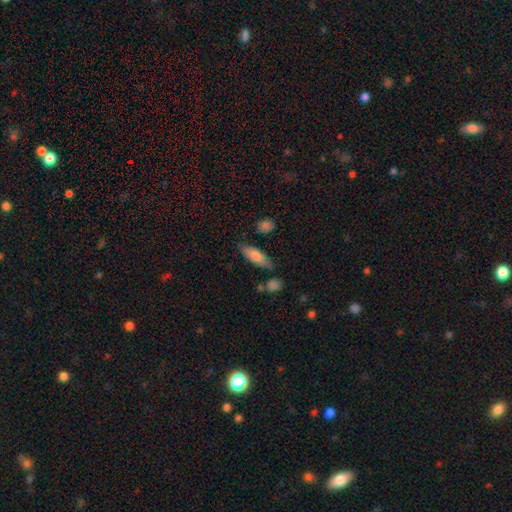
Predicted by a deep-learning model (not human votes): Overall: smooth (77%). How rounded: in between (63%; cigar-shaped 35%). Merging: none (74%).